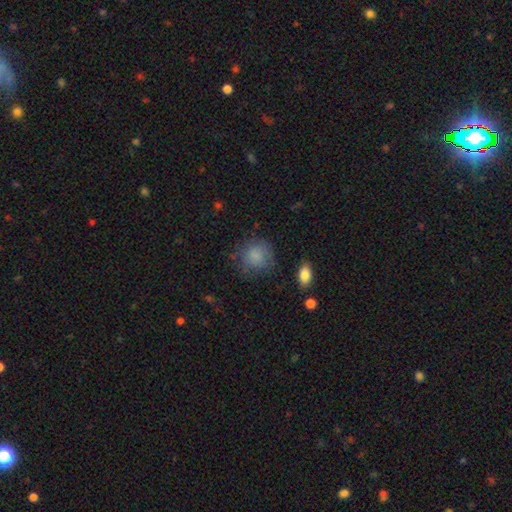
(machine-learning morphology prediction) type=smooth (81%); roundness=round (82%); merging=none (67%).